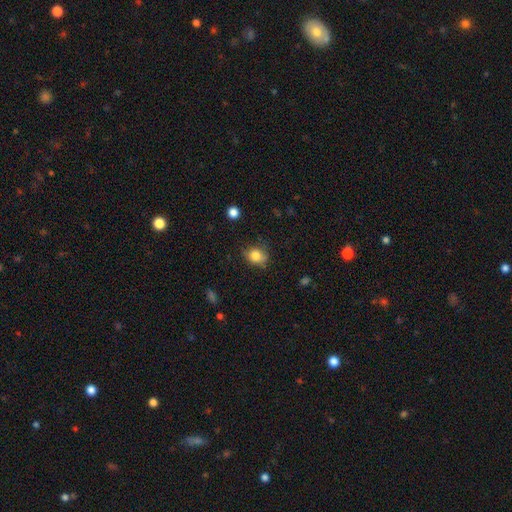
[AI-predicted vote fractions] Smooth or featured? smooth (80%)
How rounded? round (59%)
Merging? none (62%)